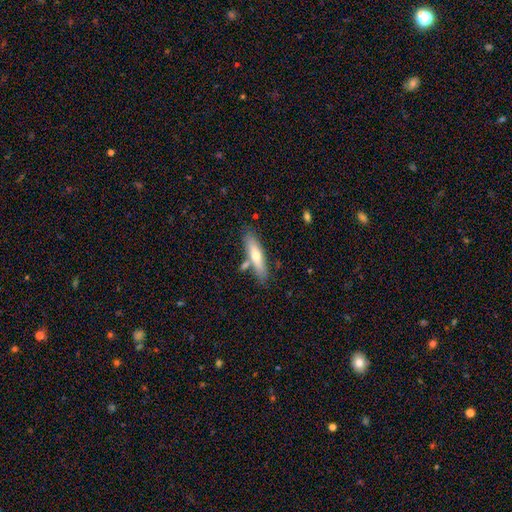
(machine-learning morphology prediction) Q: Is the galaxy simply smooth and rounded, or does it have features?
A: smooth — 56%.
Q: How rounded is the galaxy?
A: cigar-shaped — 74%.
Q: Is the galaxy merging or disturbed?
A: none — 76%.